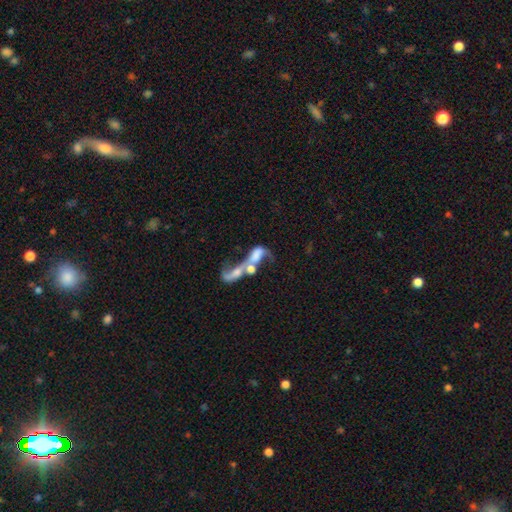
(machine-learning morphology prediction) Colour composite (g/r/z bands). It shows a featured or disk galaxy (48%). Merging: merger (76%).